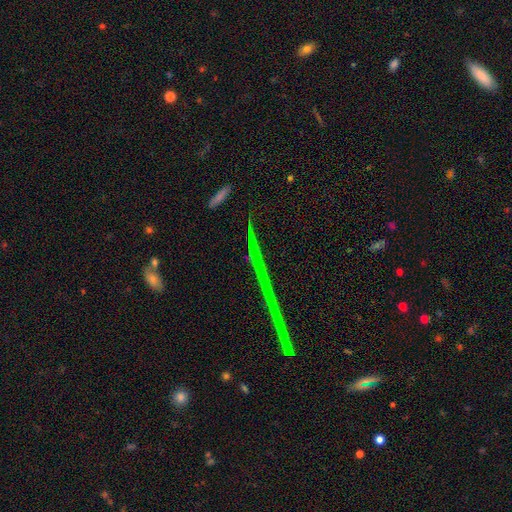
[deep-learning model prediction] This appears to be a star or artifact, not a galaxy (76%).